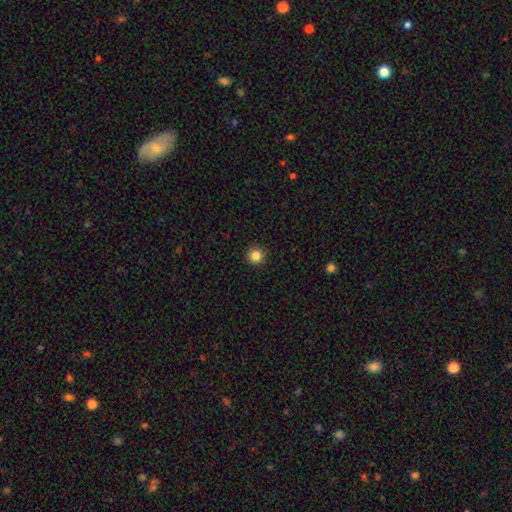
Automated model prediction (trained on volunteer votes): Smooth or featured: smooth — 85% (star or artifact — 11%)
How rounded: round — 96% (in between — 3%)
Merging: none — 93% (minor disturbance — 5%)